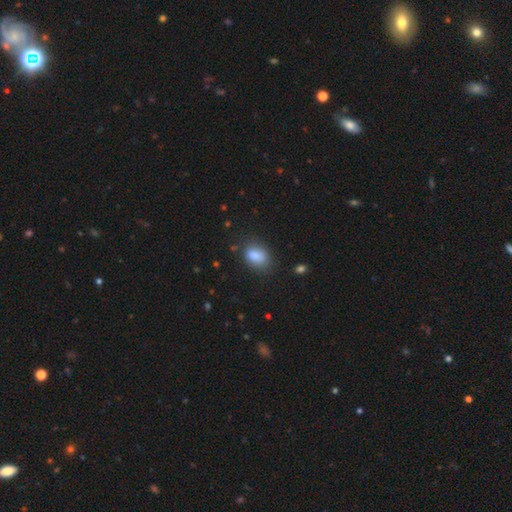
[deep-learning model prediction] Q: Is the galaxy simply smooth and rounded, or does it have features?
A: smooth — 85%.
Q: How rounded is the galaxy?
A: in between — 79%.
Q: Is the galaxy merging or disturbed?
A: none — 70%.